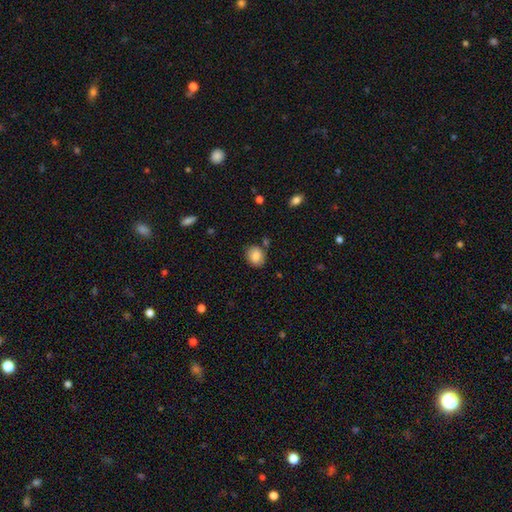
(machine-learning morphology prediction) A smooth galaxy with no disk features (85%) that is round (61%). Merging: none (77%).